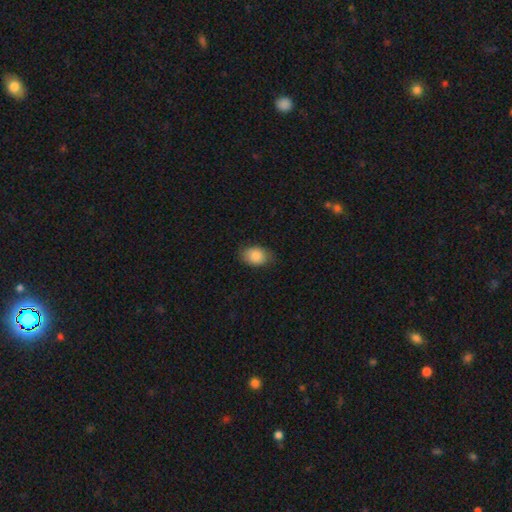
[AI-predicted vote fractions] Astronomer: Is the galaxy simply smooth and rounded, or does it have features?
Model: smooth — 87%.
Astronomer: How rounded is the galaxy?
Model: in between — 77%.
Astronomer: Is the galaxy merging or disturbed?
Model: none — 80%.